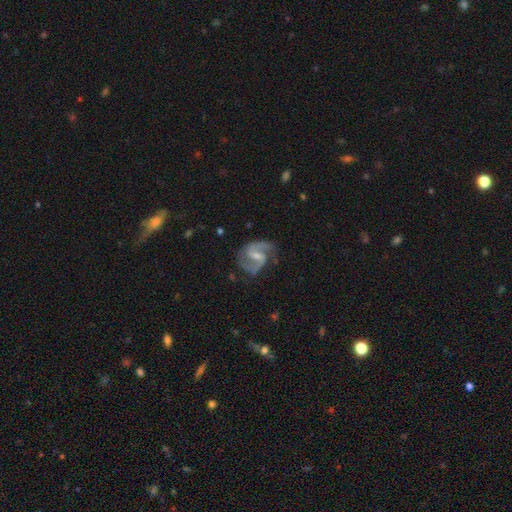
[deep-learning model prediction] A featured or disk galaxy (91%) with a weak bar (53%), 2 (92%) medium (61%) spiral arms (98%) and a small central bulge (53%). Merging: none (76%).